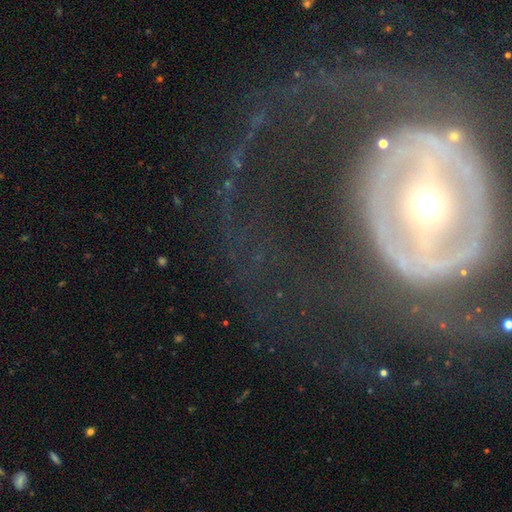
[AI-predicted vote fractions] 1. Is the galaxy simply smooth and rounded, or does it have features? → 82% featured or disk, 10% smooth, 7% star or artifact.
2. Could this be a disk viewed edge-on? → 94% no, 6% yes.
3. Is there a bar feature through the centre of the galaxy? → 45% strong, 28% weak, 27% no.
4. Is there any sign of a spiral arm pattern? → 66% yes, 34% no.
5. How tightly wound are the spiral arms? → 37% tight, 34% medium, 29% loose.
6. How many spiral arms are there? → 52% 2, 25% can't tell, 10% 1, 6% 3, 4% 4, 4% more than 4.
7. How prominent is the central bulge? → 54% small, 39% moderate, 4% large, 2% dominant, 1% none.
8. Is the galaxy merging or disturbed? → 48% none, 36% major disturbance, 12% minor disturbance, 4% merger.